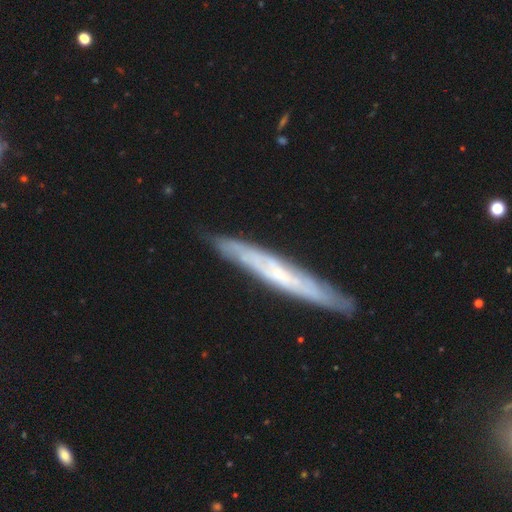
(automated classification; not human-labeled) featured or disk 66%, smooth 28%, star or artifact 6%. Down the decision tree: edge-on disk — yes (76%); edge-on bulge — none (74%); merging — none (84%).